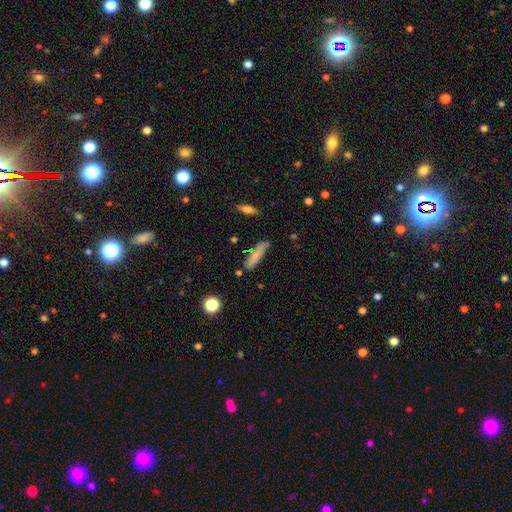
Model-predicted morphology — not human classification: This is likely a smooth galaxy (76%). How rounded: likely cigar-shaped (77%). Merging: likely none (71%).